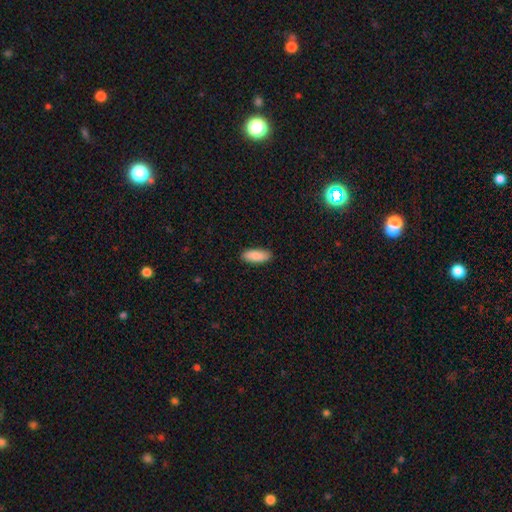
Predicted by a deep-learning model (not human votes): Smooth or featured: smooth — 88% (featured or disk — 6%)
How rounded: in between — 74% (cigar-shaped — 24%)
Merging: none — 88% (minor disturbance — 9%)